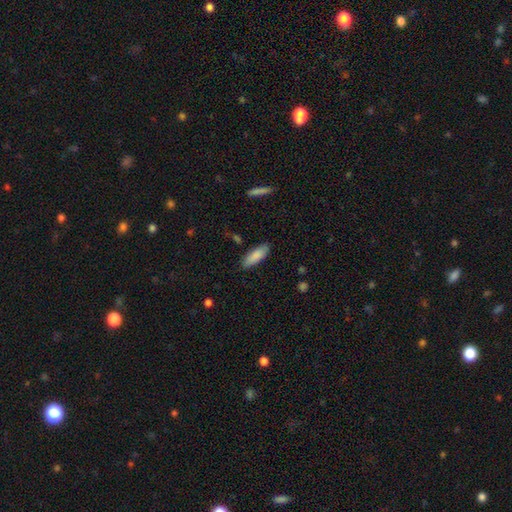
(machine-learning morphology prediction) Smooth or featured? smooth (87%)
How rounded? in between (64%)
Merging? none (86%)